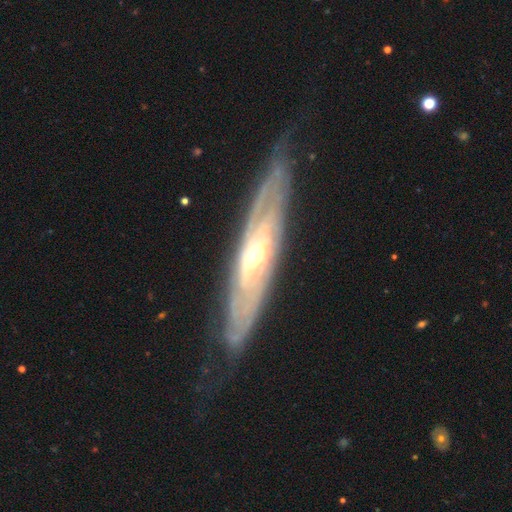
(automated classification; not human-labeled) smooth-or-featured: featured or disk: 85% | smooth: 10% | star or artifact: 6%
  disk-edge-on: no: 64% | yes: 36%
    bar: no: 54% | weak: 31% | strong: 15%
    has-spiral-arms: yes: 86% | no: 14%
    bulge-size: moderate: 51% | small: 43% | large: 4% | none: 1% | dominant: 1%
  merging: none: 73% | minor disturbance: 19% | major disturbance: 7% | merger: 2%